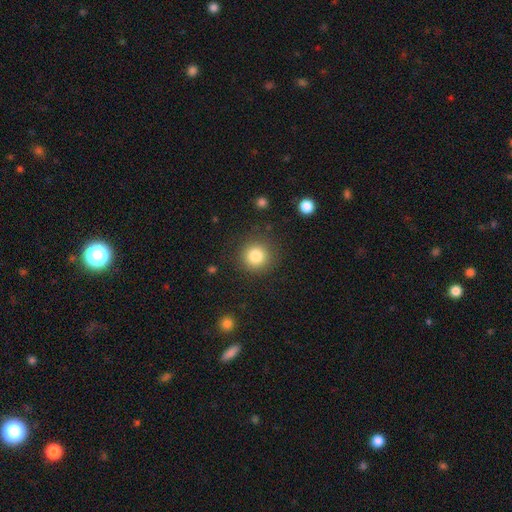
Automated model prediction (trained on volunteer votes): smooth-or-featured: smooth: 82% | star or artifact: 11% | featured or disk: 7%
  how-rounded: round: 94% | in between: 5% | cigar-shaped: 1%
  merging: none: 87% | minor disturbance: 8% | major disturbance: 4% | merger: 2%